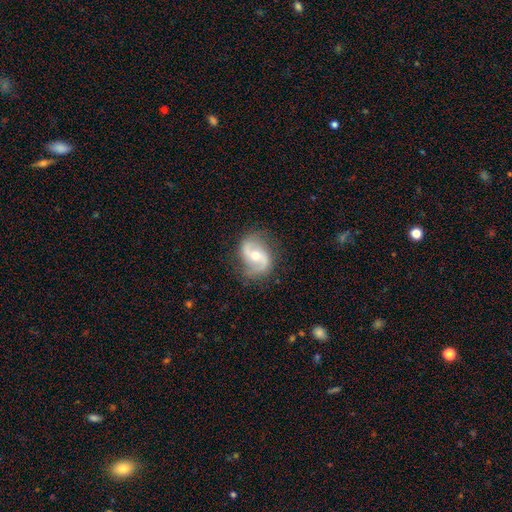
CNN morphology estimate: smooth_or_featured: featured or disk (p=0.85) [alt: smooth p=0.10]
disk_edge_on: no (p=0.98) [alt: yes p=0.02]
bar: no (p=0.43) [alt: weak p=0.41]
has_spiral_arms: yes (p=0.96) [alt: no p=0.04]
spiral_winding: loose (p=0.51) [alt: medium p=0.38]
spiral_arm_count: 2 (p=0.92) [alt: can't tell p=0.03]
bulge_size: moderate (p=0.60) [alt: small p=0.35]
merging: none (p=0.79) [alt: minor disturbance p=0.15]